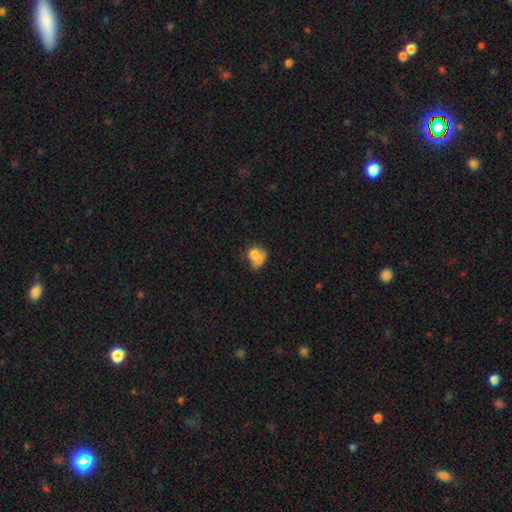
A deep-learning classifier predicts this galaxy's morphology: This is likely a smooth galaxy (69%). How rounded: possibly round (54%). Merging: possibly merger (49%).